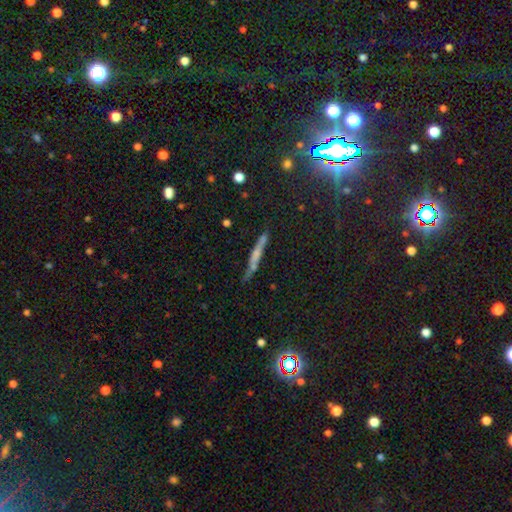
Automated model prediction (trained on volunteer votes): smooth_or_featured: smooth (p=0.47) [alt: featured or disk p=0.41]
merging: none (p=0.71) [alt: minor disturbance p=0.18]